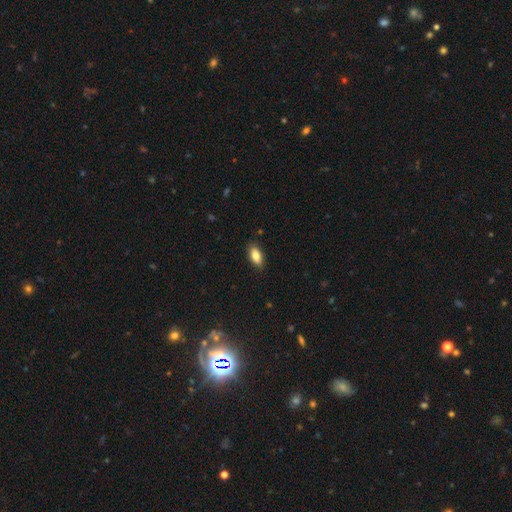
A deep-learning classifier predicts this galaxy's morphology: type=smooth (82%); roundness=in between (88%); merging=none (85%).